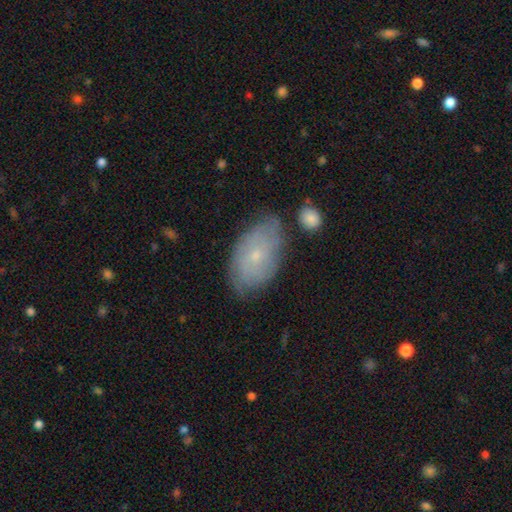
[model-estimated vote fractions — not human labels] Smooth or featured? Predicted: featured or disk (p=0.50). Merging? Predicted: none (p=0.68).